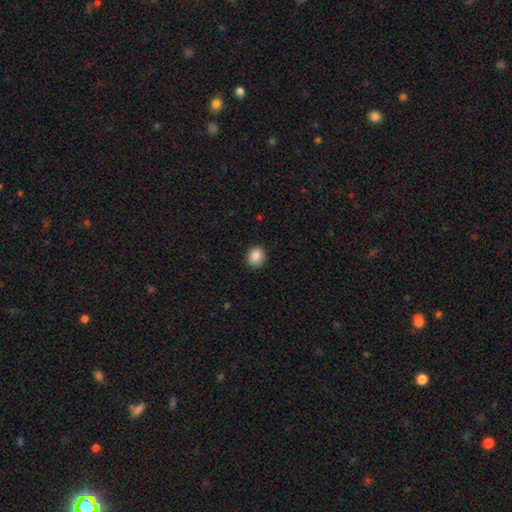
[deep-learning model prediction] A smooth galaxy with no disk features (87%) that is round (67%).

Vote fractions:
- Smooth or featured? smooth: 87% / star or artifact: 9% / featured or disk: 4%
- How rounded? round: 67% / in between: 32% / cigar-shaped: 1%
- Merging? none: 89% / minor disturbance: 8% / major disturbance: 2% / merger: 1%